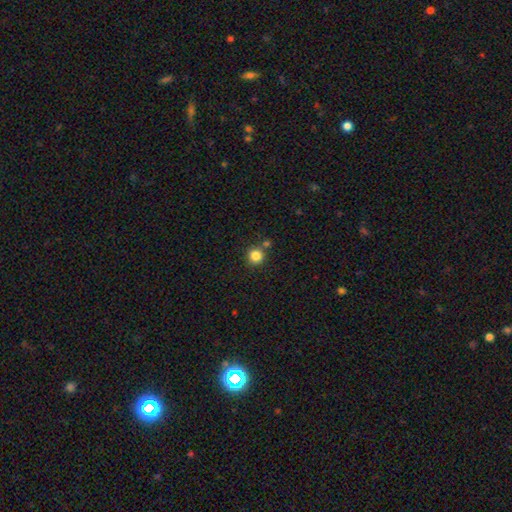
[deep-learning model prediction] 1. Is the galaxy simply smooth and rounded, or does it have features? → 84% smooth, 12% star or artifact, 5% featured or disk.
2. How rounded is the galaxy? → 94% round, 5% in between, 1% cigar-shaped.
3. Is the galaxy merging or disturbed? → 77% none, 12% merger, 8% minor disturbance, 3% major disturbance.